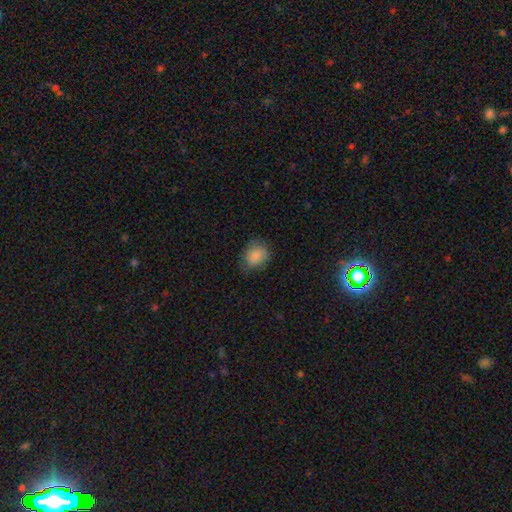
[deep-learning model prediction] Smooth or featured? smooth (87%)
How rounded? round (60%)
Merging? none (70%)